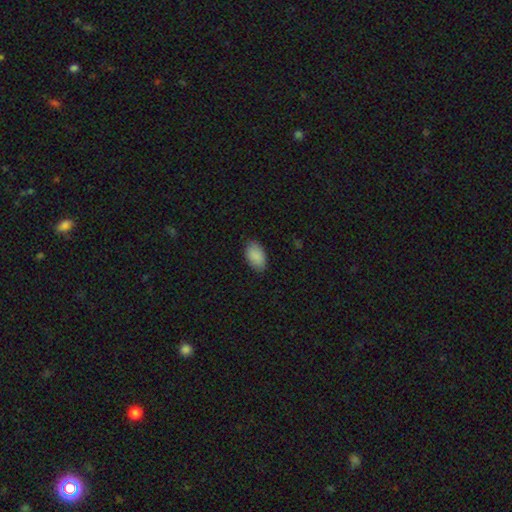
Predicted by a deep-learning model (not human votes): A smooth galaxy with no disk features (90%) that is in between round and cigar-shaped (94%). Merging: none (85%).